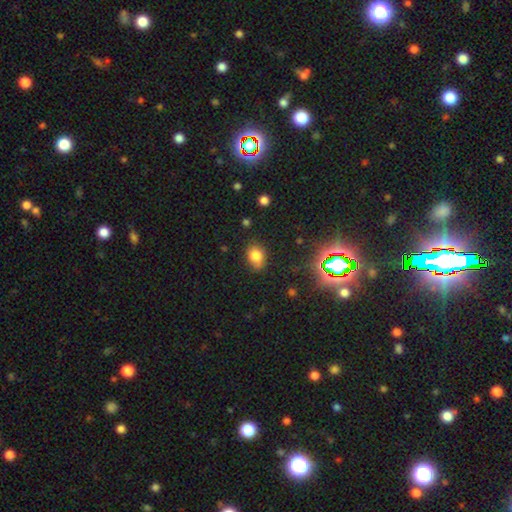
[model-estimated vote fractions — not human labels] smooth-or-featured: smooth: 77% | star or artifact: 14% | featured or disk: 9%
  how-rounded: in between: 64% | round: 35% | cigar-shaped: 1%
  merging: none: 71% | minor disturbance: 22% | major disturbance: 5% | merger: 2%